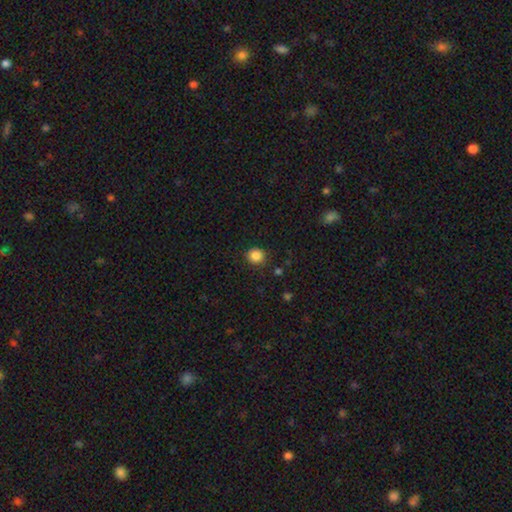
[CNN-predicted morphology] Q: Smooth or featured?
A: smooth (86%); runner-up: star or artifact (11%)
Q: How rounded?
A: round (89%); runner-up: in between (10%)
Q: Merging?
A: none (87%); runner-up: minor disturbance (9%)